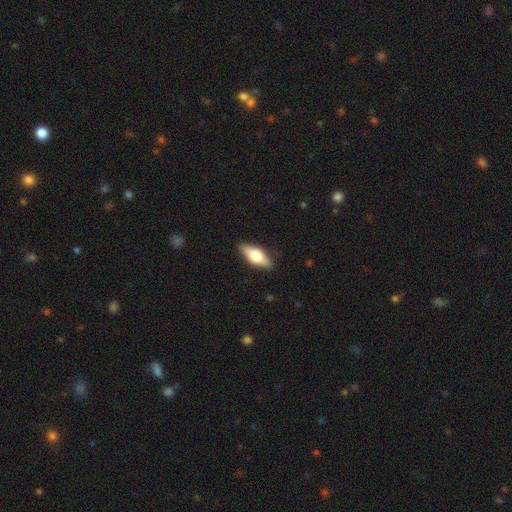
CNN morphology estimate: The model was most divided on "smooth or featured": smooth: 56%, featured or disk: 38%, star or artifact: 6%. More confident: merging — none (87%); how rounded — in between (73%).